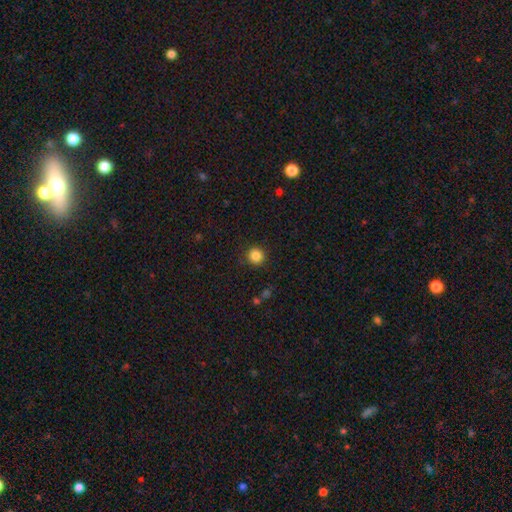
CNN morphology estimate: type=smooth (85%); roundness=round (94%); merging=none (90%).